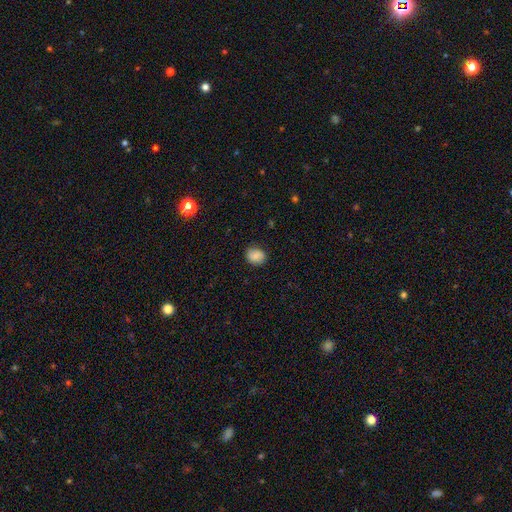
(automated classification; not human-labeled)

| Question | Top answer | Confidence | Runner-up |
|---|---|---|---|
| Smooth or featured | smooth | 82% | featured or disk (9%) |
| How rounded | round | 62% | in between (37%) |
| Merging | none | 83% | minor disturbance (13%) |